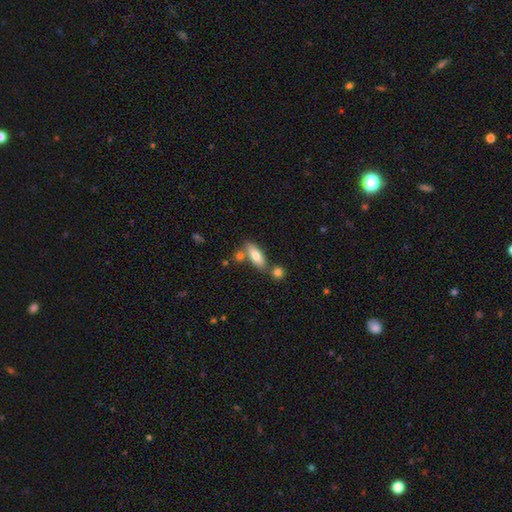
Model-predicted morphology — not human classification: This appears to be a smooth galaxy with no disk features (75%) that is in between round and cigar-shaped (71%). Merging: none (65%).